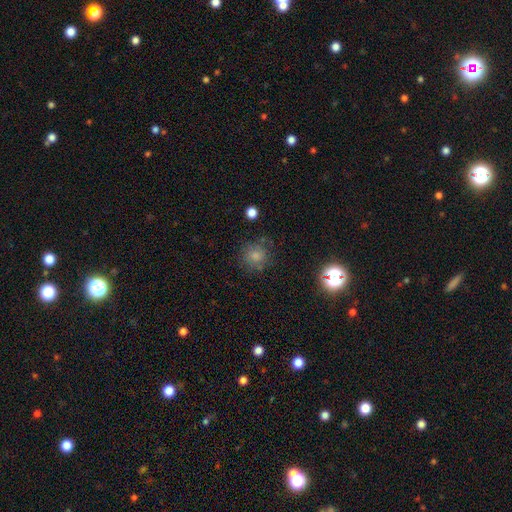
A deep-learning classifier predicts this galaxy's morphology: Overall: smooth (75%). How rounded: round (87%). Merging: none (74%).